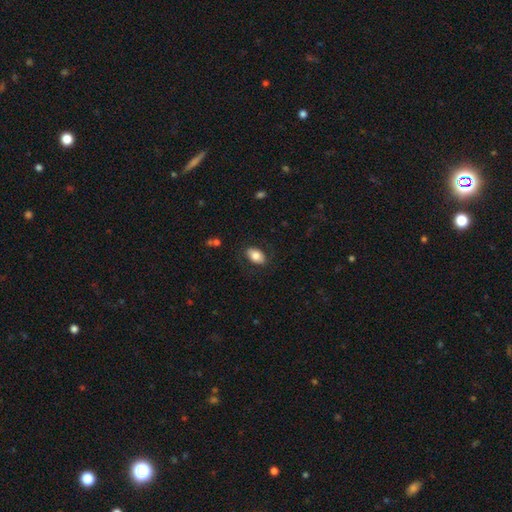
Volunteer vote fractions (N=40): A smooth galaxy with no disk features (80%) that is in between round and cigar-shaped (88%).

Vote fractions:
- Smooth or featured? smooth: 80% / featured or disk: 18% / star or artifact: 2%
- How rounded? in between: 88% / round: 9% / cigar-shaped: 3%
- Merging? none: 90% / major disturbance: 8% / minor disturbance: 3% / merger: 0%